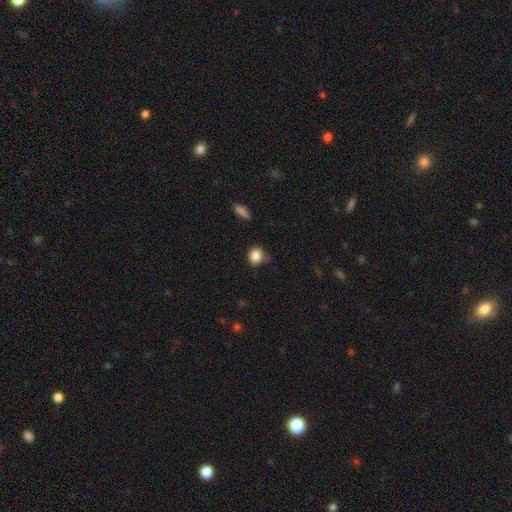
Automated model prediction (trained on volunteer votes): Smooth or featured? smooth (85%)
How rounded? round (65%)
Merging? none (64%)